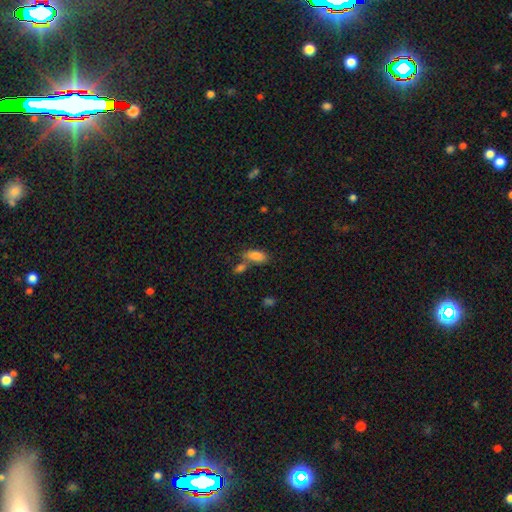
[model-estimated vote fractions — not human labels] Morphology: type=smooth (84%); roundness=in between (87%); merging=none (48%).